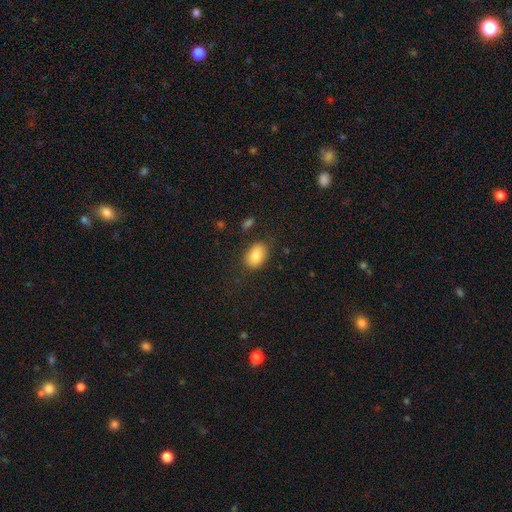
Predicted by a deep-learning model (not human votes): Smooth or featured? Predicted: smooth (p=0.83). How rounded? Predicted: in between (p=0.81). Merging? Predicted: none (p=0.80).